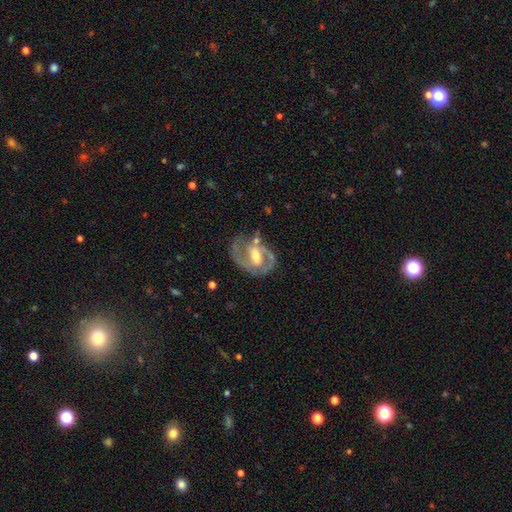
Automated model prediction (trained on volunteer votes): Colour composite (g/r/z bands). It shows a featured or disk galaxy (78%) with a weak bar (45%), 2 (65%) medium (47%) spiral arms (73%) and a moderate central bulge (65%). Merging: none (54%).